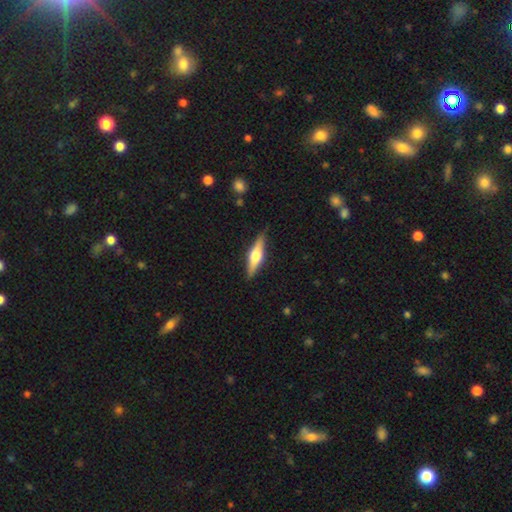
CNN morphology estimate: type=featured or disk (63%); edge-on=yes (96%); edge-on bulge=rounded (93%); merging=none (88%).